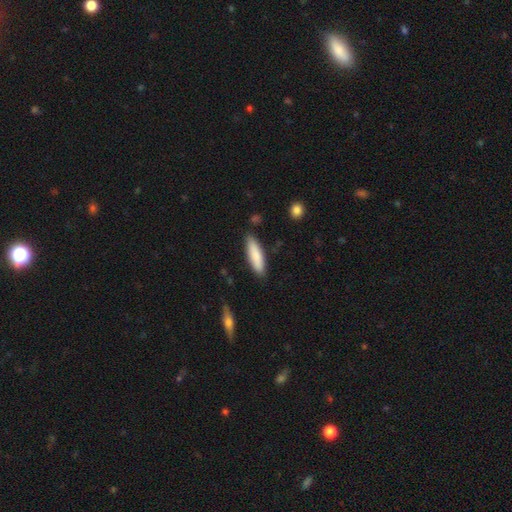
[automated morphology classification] smooth-or-featured: smooth: 83% | featured or disk: 12% | star or artifact: 6%
  how-rounded: cigar-shaped: 64% | in between: 35% | round: 1%
  merging: none: 85% | minor disturbance: 11% | major disturbance: 2% | merger: 2%